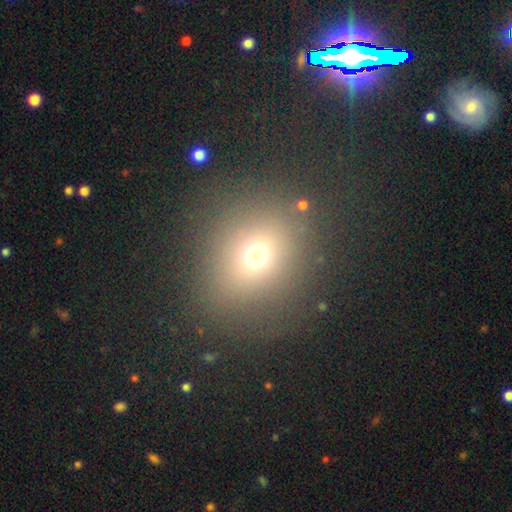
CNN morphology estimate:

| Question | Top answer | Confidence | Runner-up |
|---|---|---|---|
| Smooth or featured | smooth | 68% | star or artifact (22%) |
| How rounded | round | 76% | in between (22%) |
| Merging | none | 83% | minor disturbance (9%) |